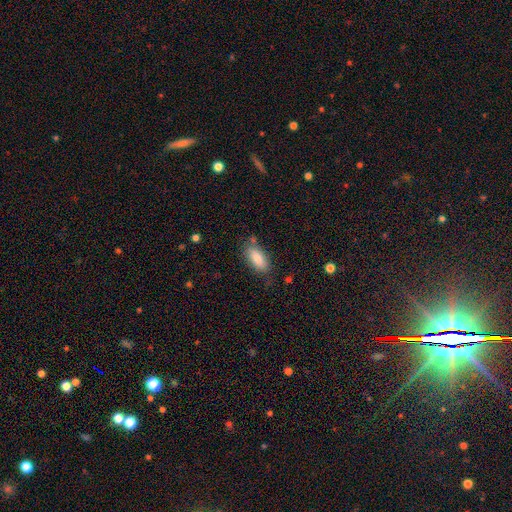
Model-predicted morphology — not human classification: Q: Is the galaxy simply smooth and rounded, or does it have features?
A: smooth — 83%.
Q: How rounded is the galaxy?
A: in between — 83%.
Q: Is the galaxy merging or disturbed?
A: none — 74%.